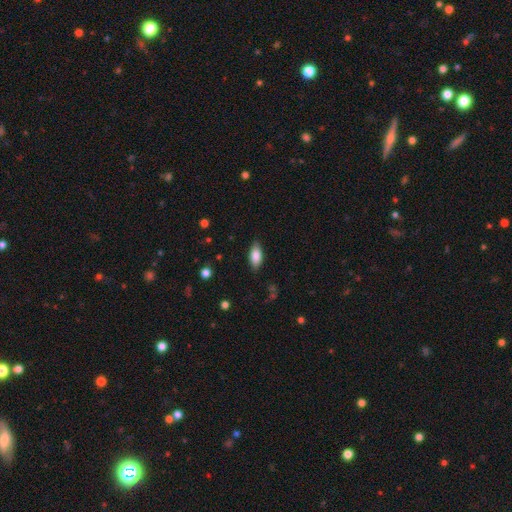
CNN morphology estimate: Smooth or featured: smooth — 83% (featured or disk — 10%)
How rounded: in between — 88% (cigar-shaped — 9%)
Merging: none — 85% (minor disturbance — 12%)